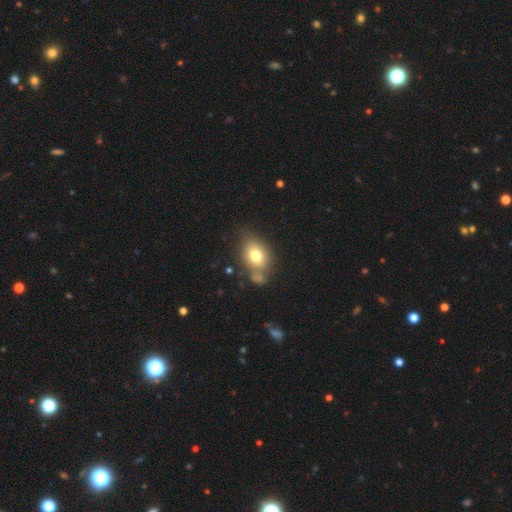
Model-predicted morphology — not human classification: Overall: smooth (75%). How rounded: in between (70%). Merging: none (56%; minor disturbance 19%).